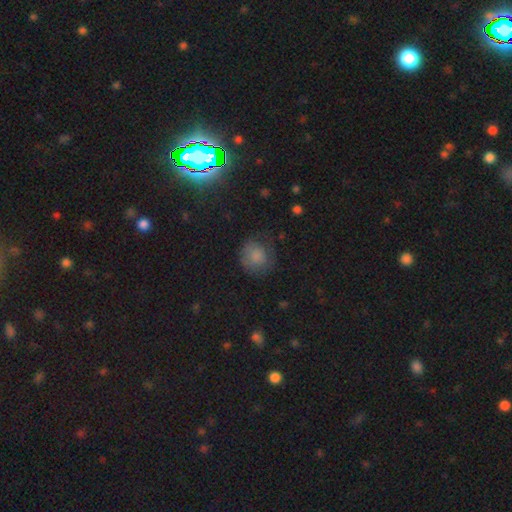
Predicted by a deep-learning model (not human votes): smooth_or_featured: smooth (p=0.75) [alt: featured or disk p=0.14]
how_rounded: round (p=0.83) [alt: in between p=0.16]
merging: none (p=0.65) [alt: minor disturbance p=0.22]